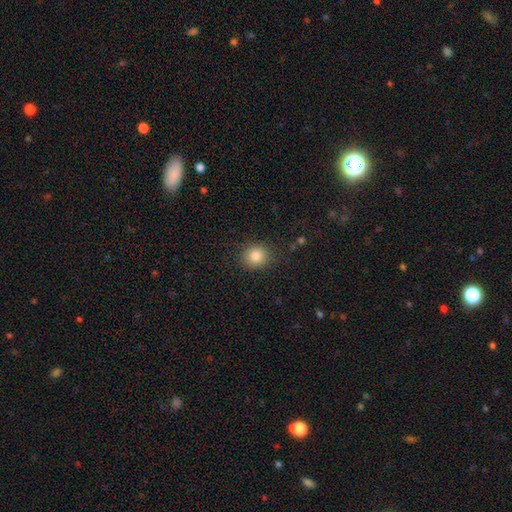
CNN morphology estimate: smooth 84%, star or artifact 11%, featured or disk 5%. Down the decision tree: how rounded — round (82%); merging — none (87%).